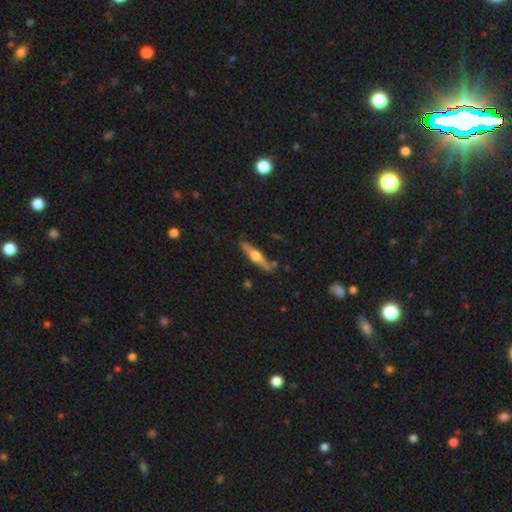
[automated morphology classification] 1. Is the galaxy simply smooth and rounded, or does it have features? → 63% featured or disk, 31% smooth, 6% star or artifact.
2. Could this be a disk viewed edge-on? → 95% yes, 5% no.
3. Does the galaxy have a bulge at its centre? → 94% rounded, 3% boxy, 3% none.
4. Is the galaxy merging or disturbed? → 85% none, 10% minor disturbance, 3% merger, 2% major disturbance.